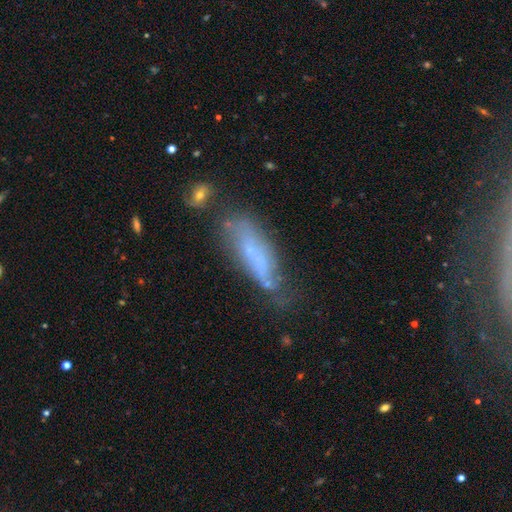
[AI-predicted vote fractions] This is possibly a smooth galaxy (49%). Merging: marginally none (41%).